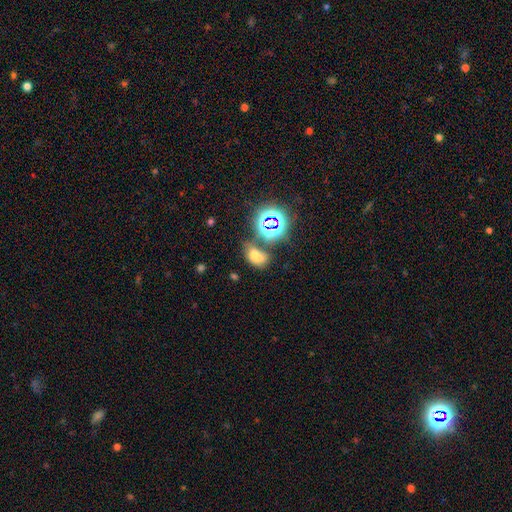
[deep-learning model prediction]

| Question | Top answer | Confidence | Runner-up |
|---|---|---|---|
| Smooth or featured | smooth | 57% | star or artifact (31%) |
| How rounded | in between | 83% | round (15%) |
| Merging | none | 45% | merger (28%) |